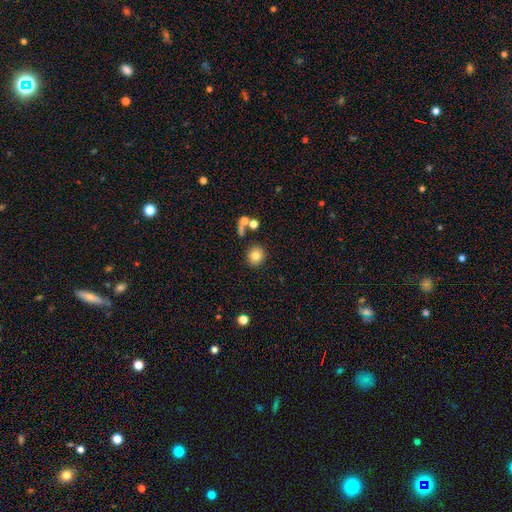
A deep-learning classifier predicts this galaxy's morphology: Smooth or featured? Predicted: smooth (p=0.80). How rounded? Predicted: round (p=0.88). Merging? Predicted: none (p=0.84).